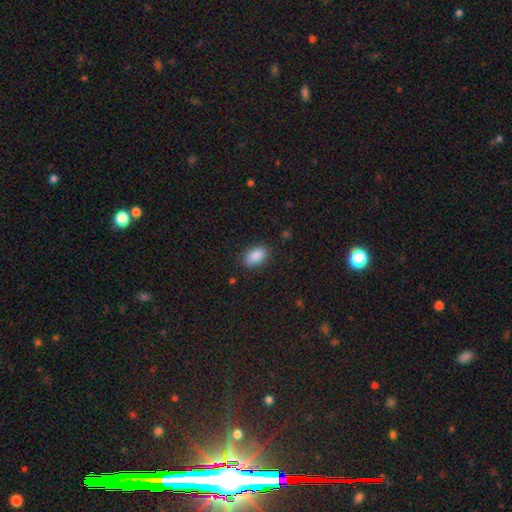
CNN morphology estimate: A smooth galaxy with no disk features (89%) that is in between round and cigar-shaped (90%). Merging: none (85%).